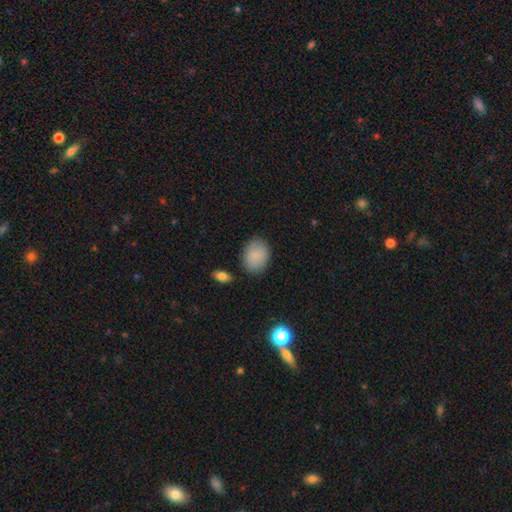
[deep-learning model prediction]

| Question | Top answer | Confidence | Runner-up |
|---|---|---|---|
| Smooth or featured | smooth | 88% | star or artifact (7%) |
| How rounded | in between | 76% | round (23%) |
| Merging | none | 81% | minor disturbance (13%) |